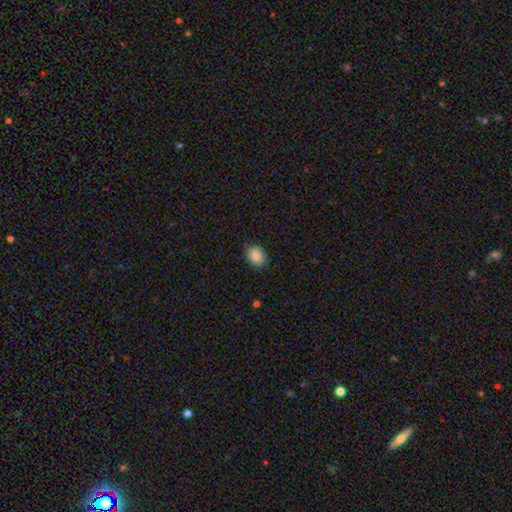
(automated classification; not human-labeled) smooth_or_featured: smooth (p=0.88) [alt: star or artifact p=0.08]
how_rounded: round (p=0.60) [alt: in between p=0.39]
merging: none (p=0.85) [alt: minor disturbance p=0.11]